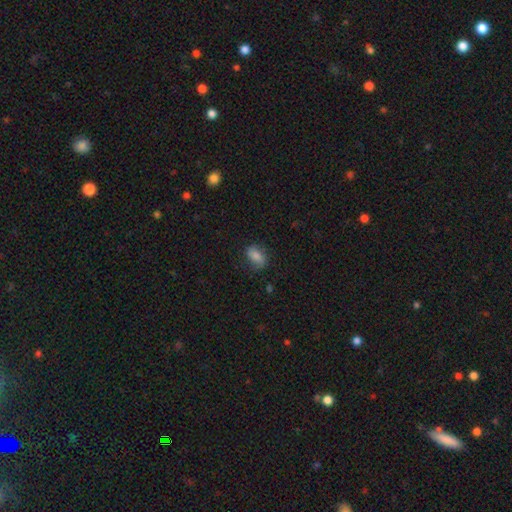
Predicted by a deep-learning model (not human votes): This is likely a smooth galaxy (69%). How rounded: clearly in between (85%). Merging: likely none (73%).